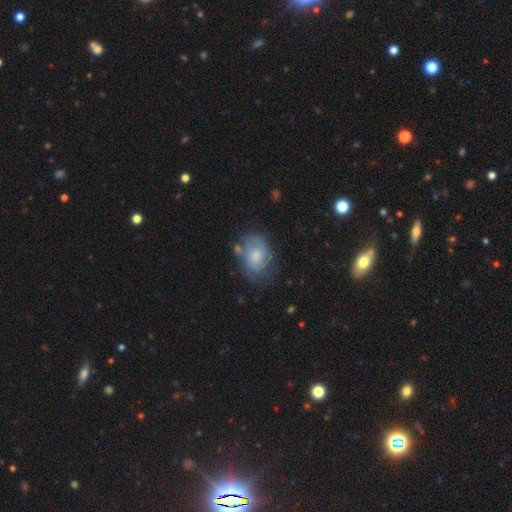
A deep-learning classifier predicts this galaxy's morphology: Smooth or featured? Predicted: smooth (p=0.67). How rounded? Predicted: in between (p=0.70). Merging? Predicted: none (p=0.56).